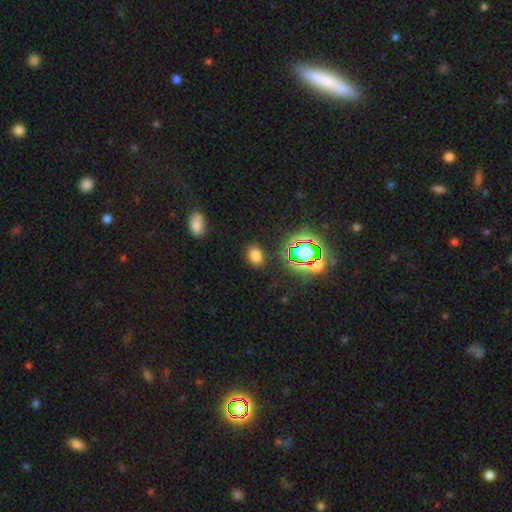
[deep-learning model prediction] A smooth galaxy with no disk features (72%) that is in between round and cigar-shaped (67%). Merging: none (85%).